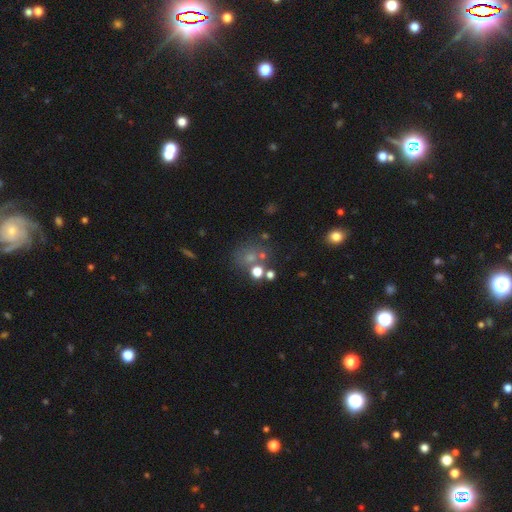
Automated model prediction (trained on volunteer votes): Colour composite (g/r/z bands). It shows a smooth galaxy with no disk features (45%). Merging: none (60%).